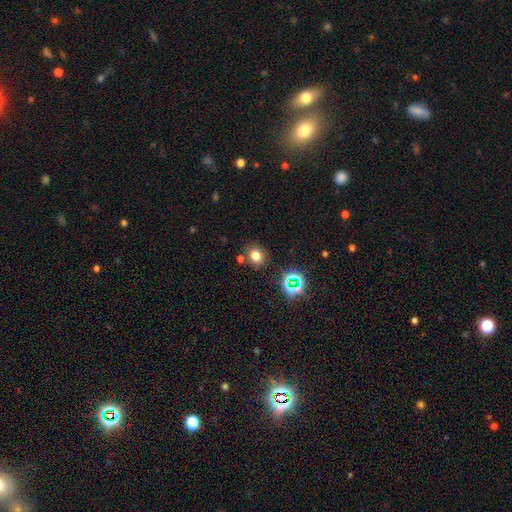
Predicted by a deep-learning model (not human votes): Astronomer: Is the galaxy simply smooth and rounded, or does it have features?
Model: smooth — 72%.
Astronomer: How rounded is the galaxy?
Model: round — 66%.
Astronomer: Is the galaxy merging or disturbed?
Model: none — 80%.